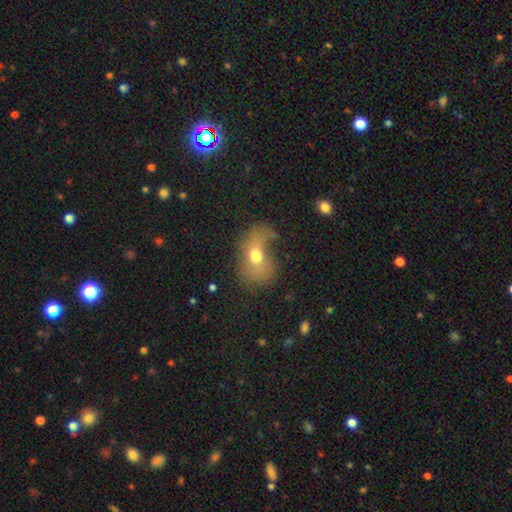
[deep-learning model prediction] Smooth or featured? Predicted: smooth (p=0.57). How rounded? Predicted: in between (p=0.74). Merging? Predicted: major disturbance (p=0.44).